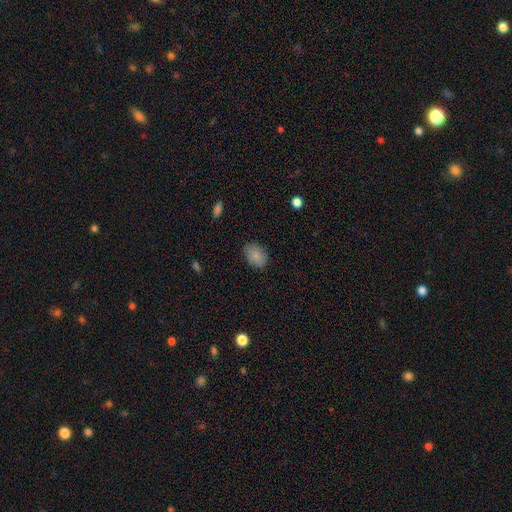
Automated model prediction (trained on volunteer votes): Smooth or featured?
  - smooth: 86% *
  - star or artifact: 8%
  - featured or disk: 6%
How rounded?
  - in between: 75% *
  - round: 24%
  - cigar-shaped: 1%
Merging?
  - none: 84% *
  - minor disturbance: 12%
  - major disturbance: 3%
  - merger: 1%